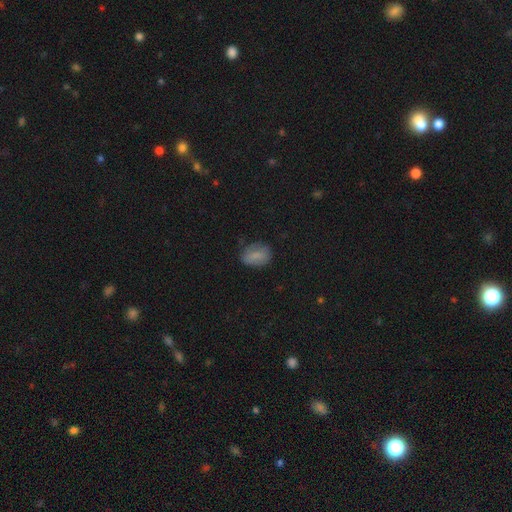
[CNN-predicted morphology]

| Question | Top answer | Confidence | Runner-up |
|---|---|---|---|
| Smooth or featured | smooth | 74% | featured or disk (16%) |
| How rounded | in between | 70% | round (28%) |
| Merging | none | 65% | minor disturbance (26%) |